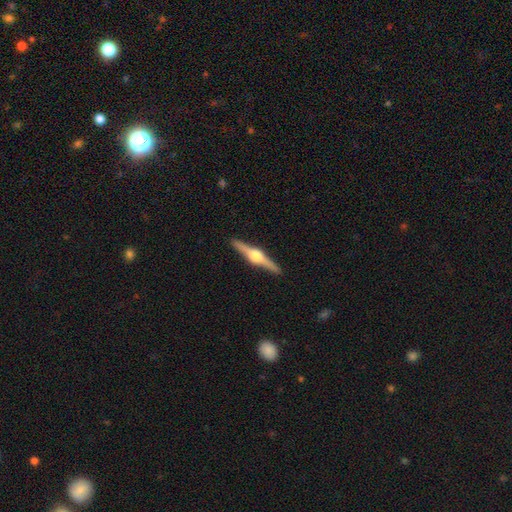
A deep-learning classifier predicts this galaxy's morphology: Smooth or featured? featured or disk (84%)
Edge-on disk? yes (98%)
Edge-on bulge? rounded (96%)
Merging? none (92%)